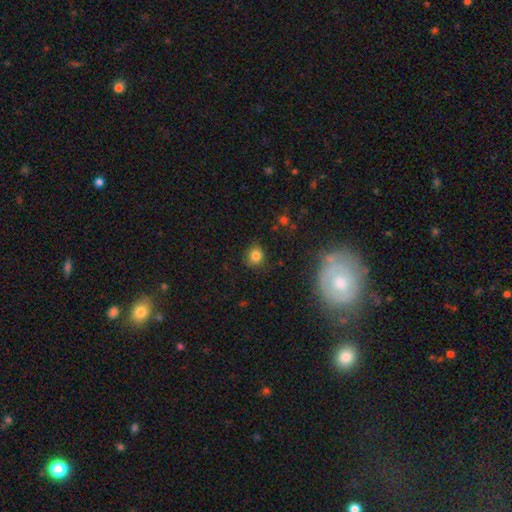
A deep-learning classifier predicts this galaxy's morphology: Smooth or featured: smooth — 81% (star or artifact — 13%)
How rounded: round — 82% (in between — 17%)
Merging: none — 81% (minor disturbance — 14%)